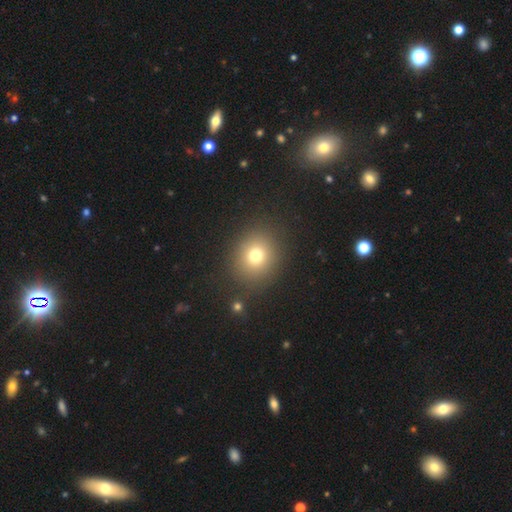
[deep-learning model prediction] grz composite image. It shows a smooth galaxy with no disk features (74%) that is round (80%). Merging: none (86%).